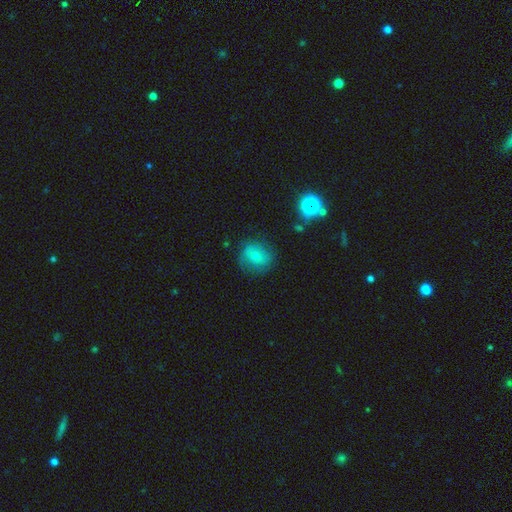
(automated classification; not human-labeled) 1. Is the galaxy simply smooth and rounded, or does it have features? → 60% smooth, 28% featured or disk, 12% star or artifact.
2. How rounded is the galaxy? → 80% round, 19% in between, 1% cigar-shaped.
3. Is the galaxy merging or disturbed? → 70% none, 20% minor disturbance, 8% major disturbance, 2% merger.